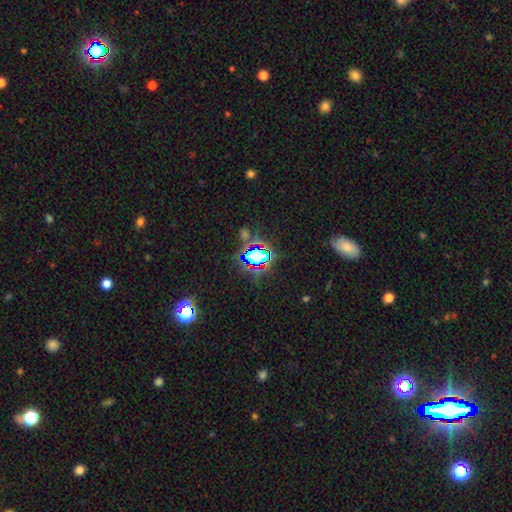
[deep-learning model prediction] This is likely a star or artifact rather than a galaxy (69%).